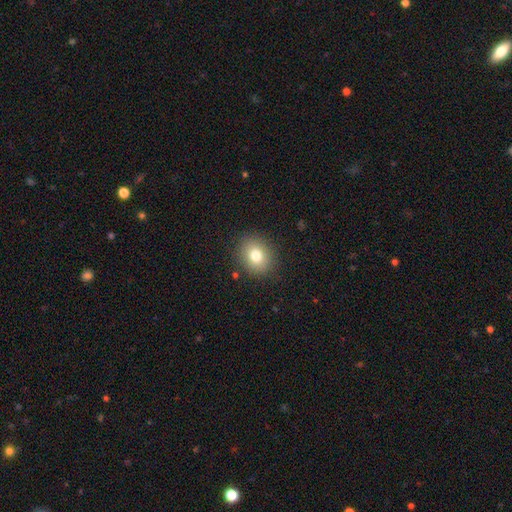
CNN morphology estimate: Smooth or featured: smooth — 77% (star or artifact — 12%)
How rounded: round — 64% (in between — 36%)
Merging: none — 87% (minor disturbance — 8%)